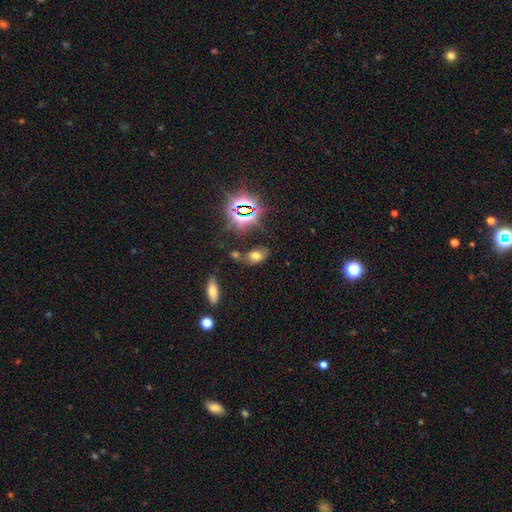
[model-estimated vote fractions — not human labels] smooth 59%, star or artifact 29%, featured or disk 12%. Down the decision tree: how rounded — in between (88%); merging — none (67%).